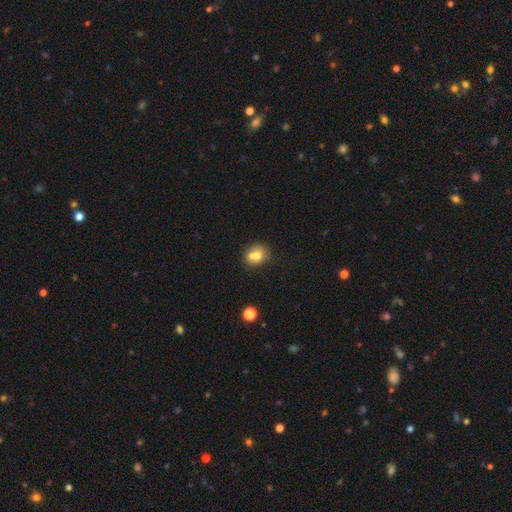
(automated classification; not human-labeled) This appears to be a smooth galaxy with no disk features (70%) that is round (69%). Merging: merger (43%).